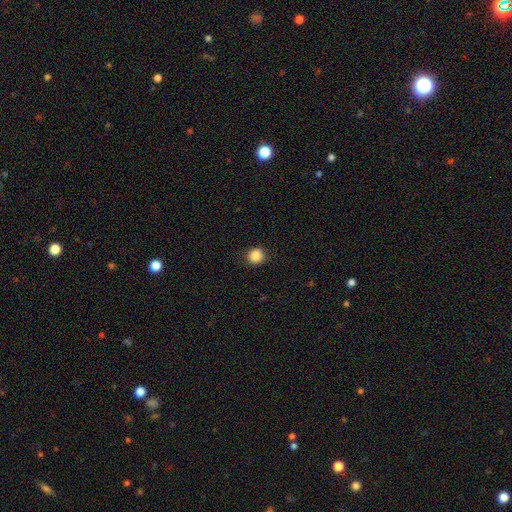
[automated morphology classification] The model was most divided on "smooth or featured": smooth: 86%, star or artifact: 10%, featured or disk: 4%. More confident: merging — none (89%); how rounded — round (88%).